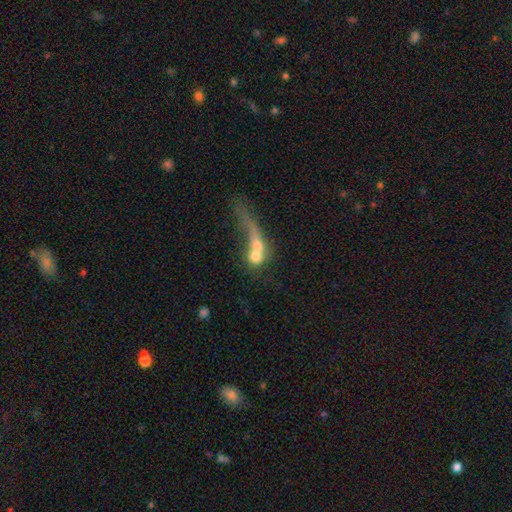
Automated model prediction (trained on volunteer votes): Smooth or featured? smooth (56%)
How rounded? round (44%)
Merging? merger (56%)